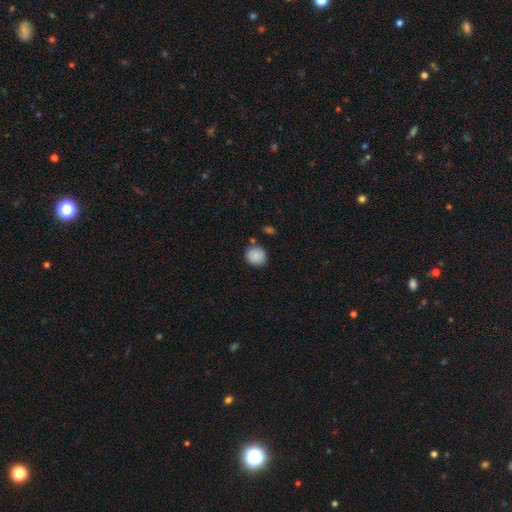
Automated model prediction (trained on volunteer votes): smooth_or_featured: smooth (p=0.88) [alt: star or artifact p=0.08]
how_rounded: round (p=0.77) [alt: in between p=0.22]
merging: none (p=0.78) [alt: minor disturbance p=0.13]